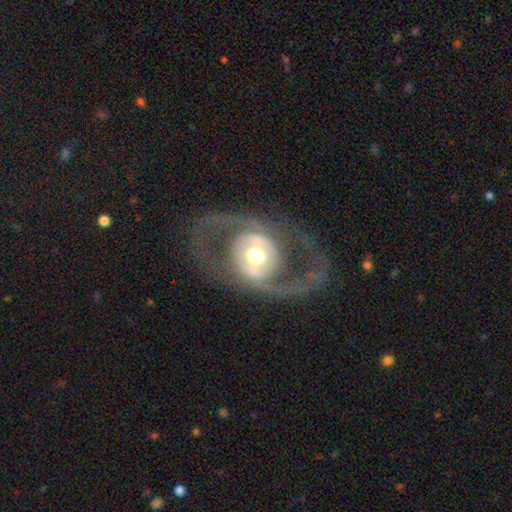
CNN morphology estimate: This is clearly a featured or disk galaxy (83%). It is clearly not viewed edge-on (95%). Bar: possibly no (57%). Spiral arm pattern: likely yes (72%). Spiral arm count: clearly 2 (88%). Spiral winding: possibly medium (46%). Central bulge: likely moderate (60%). Merging: likely none (69%).